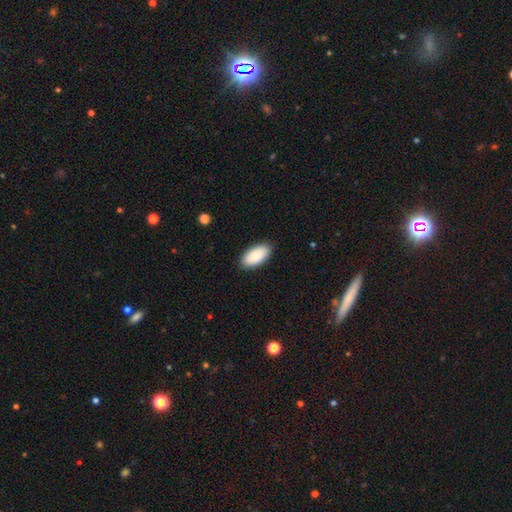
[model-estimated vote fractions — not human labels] This is clearly a smooth galaxy (87%). How rounded: clearly in between (95%). Merging: clearly none (89%).